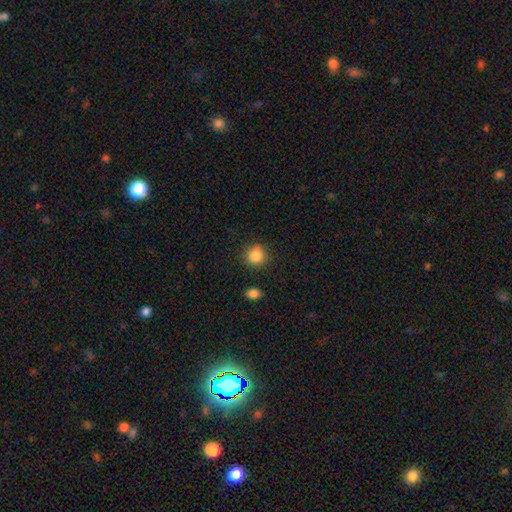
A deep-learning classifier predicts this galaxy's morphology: Overall: smooth (85%). How rounded: round (89%). Merging: none (82%).